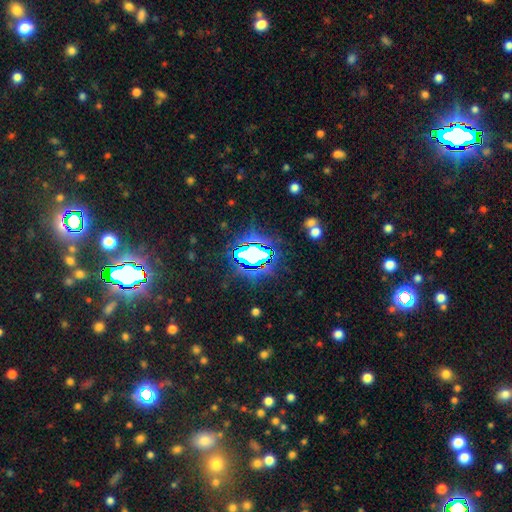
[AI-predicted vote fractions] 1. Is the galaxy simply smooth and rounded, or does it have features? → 75% star or artifact, 14% smooth, 11% featured or disk.